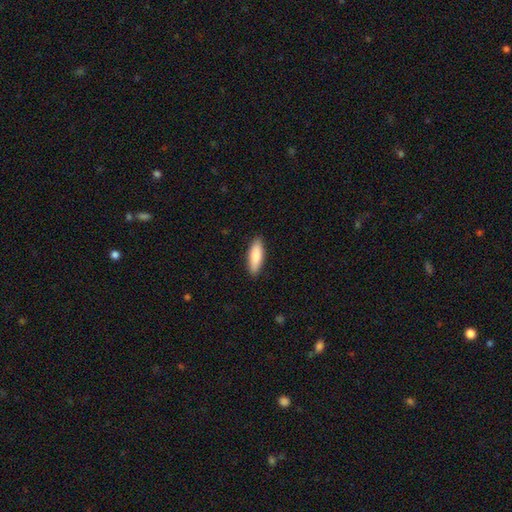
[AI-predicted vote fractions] This appears to be a smooth galaxy with no disk features (84%) that is in between round and cigar-shaped (54%). Merging: none (89%).